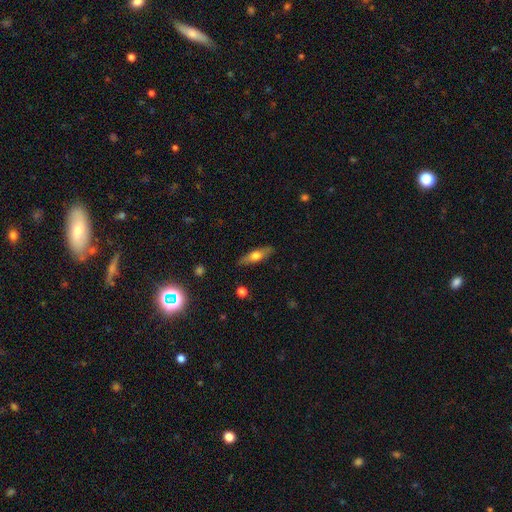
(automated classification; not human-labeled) smooth 55%, featured or disk 39%, star or artifact 6%. Down the decision tree: how rounded — cigar-shaped (56%); merging — none (86%).